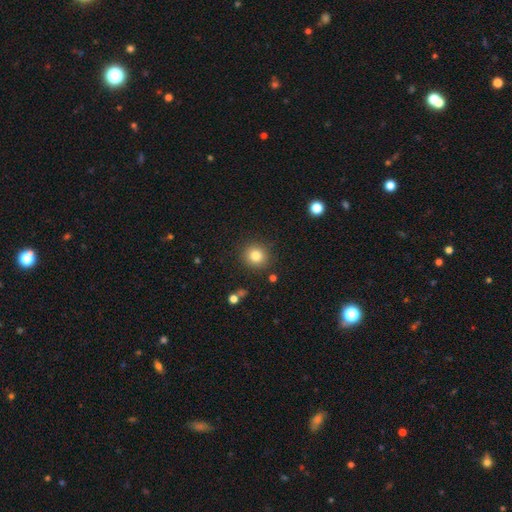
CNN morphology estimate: smooth-or-featured: smooth: 82% | star or artifact: 11% | featured or disk: 7%
  how-rounded: round: 90% | in between: 9% | cigar-shaped: 1%
  merging: none: 89% | minor disturbance: 7% | major disturbance: 2% | merger: 2%